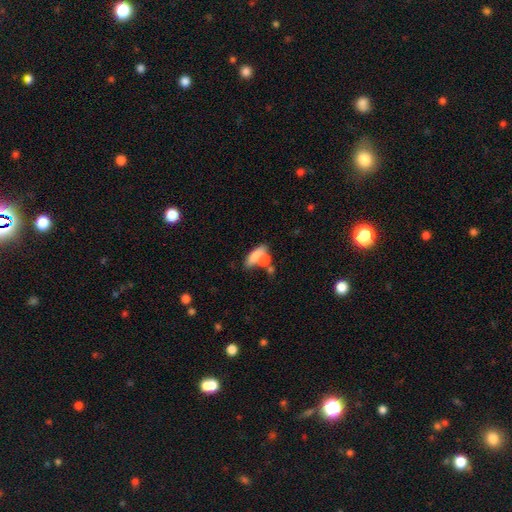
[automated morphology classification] Q: Smooth or featured?
A: smooth (71%); runner-up: featured or disk (20%)
Q: How rounded?
A: in between (62%); runner-up: cigar-shaped (30%)
Q: Merging?
A: merger (42%); runner-up: none (35%)